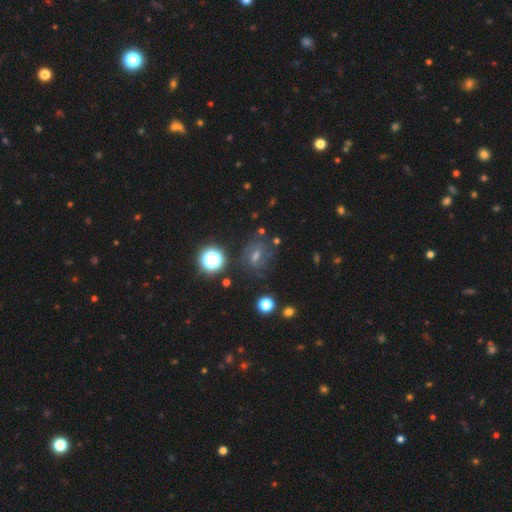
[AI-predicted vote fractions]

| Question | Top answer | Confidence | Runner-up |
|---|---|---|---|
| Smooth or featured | featured or disk | 40% | star or artifact (33%) |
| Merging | none | 71% | minor disturbance (17%) |